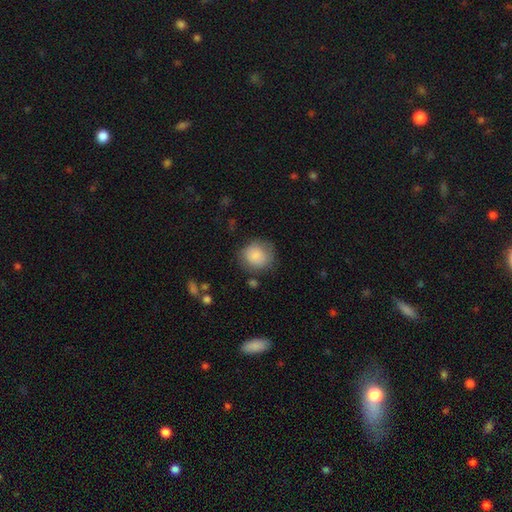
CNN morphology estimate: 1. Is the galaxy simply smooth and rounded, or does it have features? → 84% smooth, 9% featured or disk, 7% star or artifact.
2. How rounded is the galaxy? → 82% round, 17% in between, 1% cigar-shaped.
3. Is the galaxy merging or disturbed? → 71% none, 20% minor disturbance, 7% major disturbance, 3% merger.